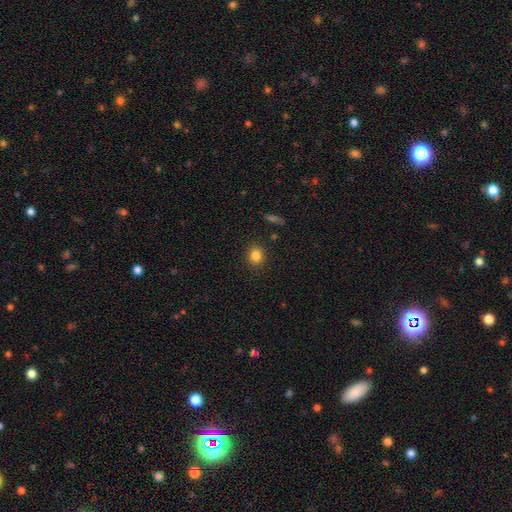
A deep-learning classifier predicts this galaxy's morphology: type=smooth (83%); roundness=round (81%); merging=none (90%).